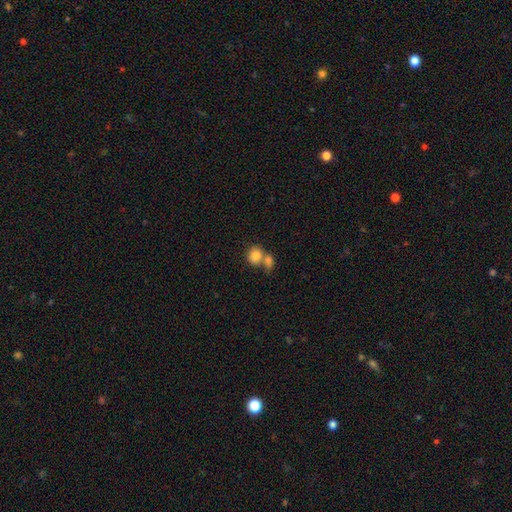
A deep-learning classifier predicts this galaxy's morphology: smooth-or-featured: smooth: 84% | featured or disk: 8% | star or artifact: 8%
  how-rounded: round: 63% | in between: 36% | cigar-shaped: 1%
  merging: merger: 55% | none: 33% | minor disturbance: 8% | major disturbance: 4%